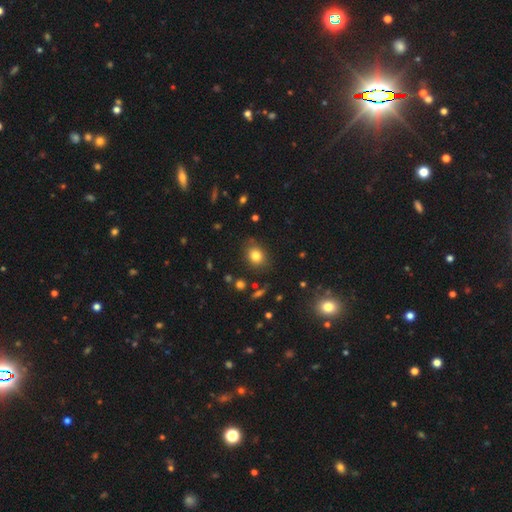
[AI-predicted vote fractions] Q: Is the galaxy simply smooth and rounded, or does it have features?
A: smooth — 81%.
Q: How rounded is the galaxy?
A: round — 54%.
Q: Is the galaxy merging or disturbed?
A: none — 82%.